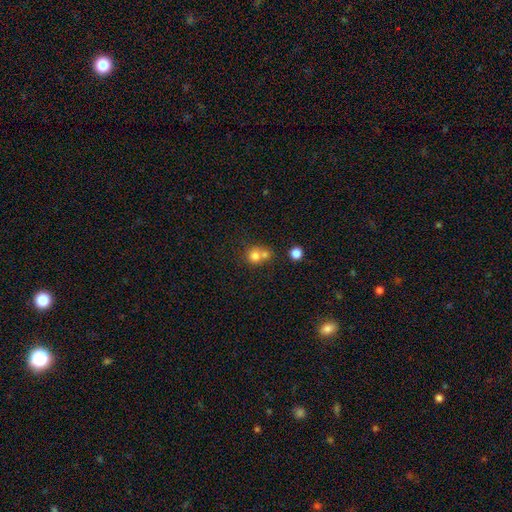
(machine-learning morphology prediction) Smooth or featured?
  - smooth: 77% *
  - star or artifact: 12%
  - featured or disk: 11%
How rounded?
  - round: 85% *
  - in between: 14%
  - cigar-shaped: 1%
Merging?
  - merger: 48% *
  - none: 42%
  - minor disturbance: 7%
  - major disturbance: 3%